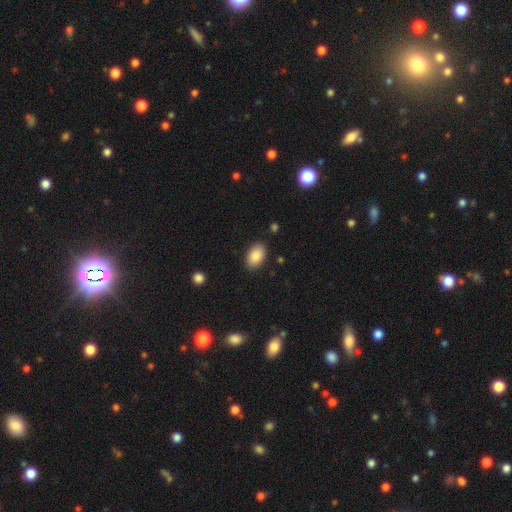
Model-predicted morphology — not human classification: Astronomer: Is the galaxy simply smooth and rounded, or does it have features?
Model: smooth — 87%.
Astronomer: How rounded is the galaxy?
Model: in between — 92%.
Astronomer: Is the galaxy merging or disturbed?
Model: none — 87%.